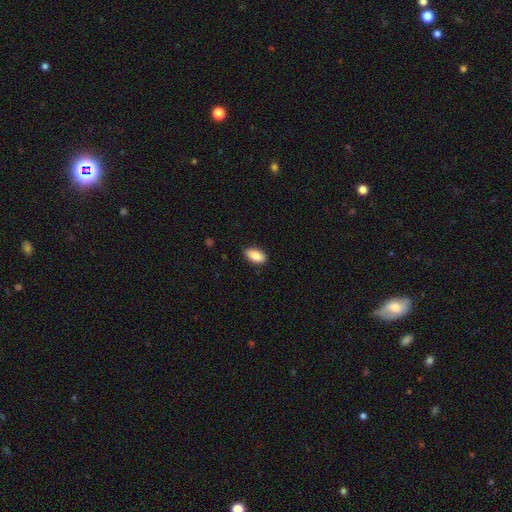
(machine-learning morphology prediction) Smooth or featured: smooth — 88% (star or artifact — 7%)
How rounded: in between — 93% (cigar-shaped — 4%)
Merging: none — 85% (minor disturbance — 12%)